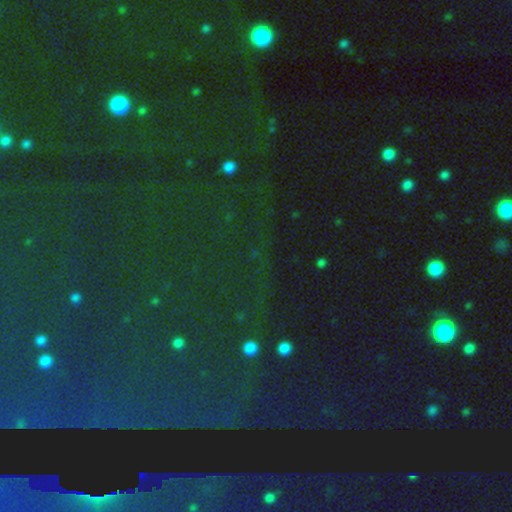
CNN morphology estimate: A star or artifact, not a galaxy (81%).